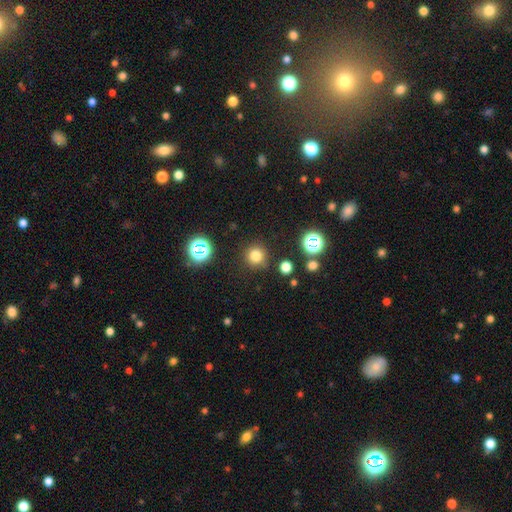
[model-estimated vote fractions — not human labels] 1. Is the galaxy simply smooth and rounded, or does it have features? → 76% smooth, 18% star or artifact, 6% featured or disk.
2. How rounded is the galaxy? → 94% round, 5% in between, 1% cigar-shaped.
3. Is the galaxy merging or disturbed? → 86% none, 8% minor disturbance, 3% major disturbance, 3% merger.